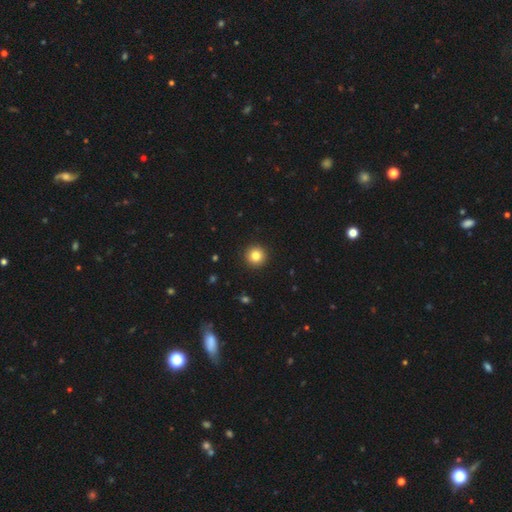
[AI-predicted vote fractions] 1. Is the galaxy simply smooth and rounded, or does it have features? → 83% smooth, 11% star or artifact, 6% featured or disk.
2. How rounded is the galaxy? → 96% round, 3% in between, 1% cigar-shaped.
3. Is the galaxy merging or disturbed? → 93% none, 4% minor disturbance, 2% major disturbance, 1% merger.